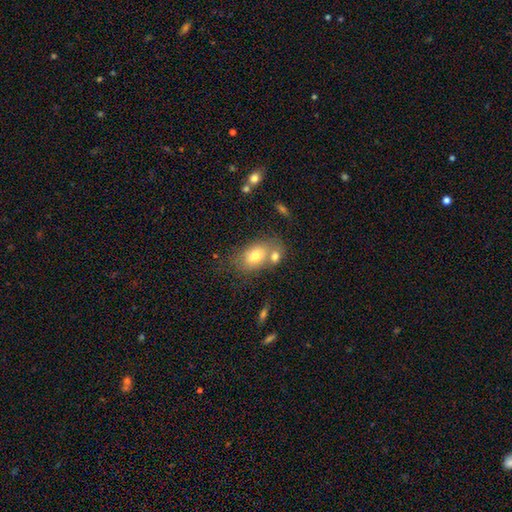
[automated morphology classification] Smooth or featured?
  - smooth: 75% *
  - featured or disk: 17%
  - star or artifact: 8%
How rounded?
  - in between: 85% *
  - round: 13%
  - cigar-shaped: 2%
Merging?
  - none: 48% *
  - merger: 32%
  - minor disturbance: 15%
  - major disturbance: 5%